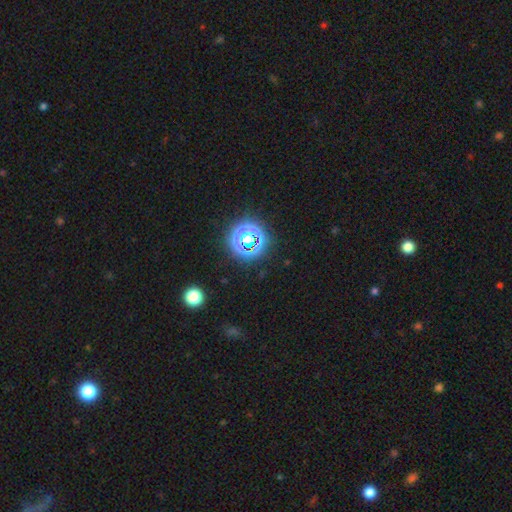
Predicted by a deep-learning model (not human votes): smooth_or_featured: star or artifact (p=0.72) [alt: smooth p=0.22]